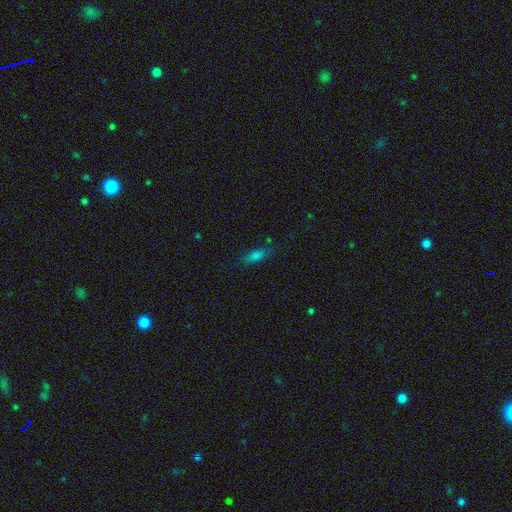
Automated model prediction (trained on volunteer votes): This is likely a smooth galaxy (73%). How rounded: likely in between (65%). Merging: likely none (75%).